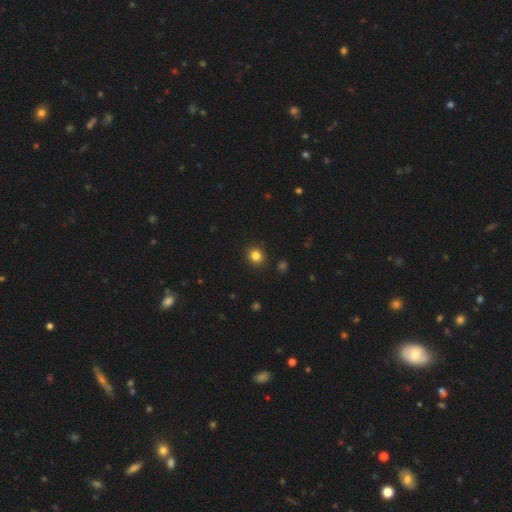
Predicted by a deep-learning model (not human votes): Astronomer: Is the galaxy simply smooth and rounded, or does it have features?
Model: smooth — 83%.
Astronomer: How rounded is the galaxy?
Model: round — 76%.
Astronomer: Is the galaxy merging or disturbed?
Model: none — 90%.